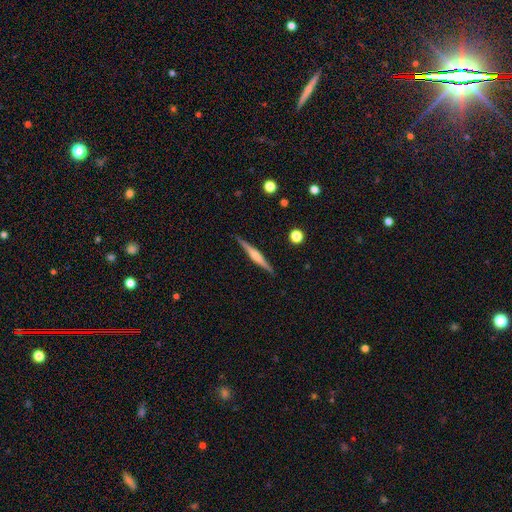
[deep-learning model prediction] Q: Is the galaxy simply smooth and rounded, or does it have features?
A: featured or disk — 69%.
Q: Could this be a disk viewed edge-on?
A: yes — 98%.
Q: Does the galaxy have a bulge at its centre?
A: rounded — 63%.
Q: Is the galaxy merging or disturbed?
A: none — 90%.